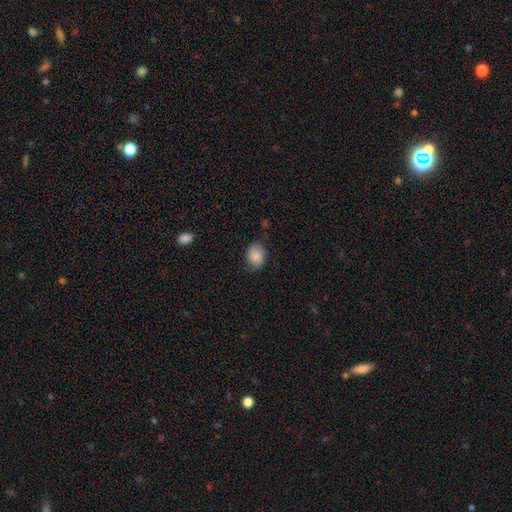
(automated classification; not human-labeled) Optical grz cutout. It shows a smooth galaxy with no disk features (84%) that is in between round and cigar-shaped (55%). Merging: none (71%).